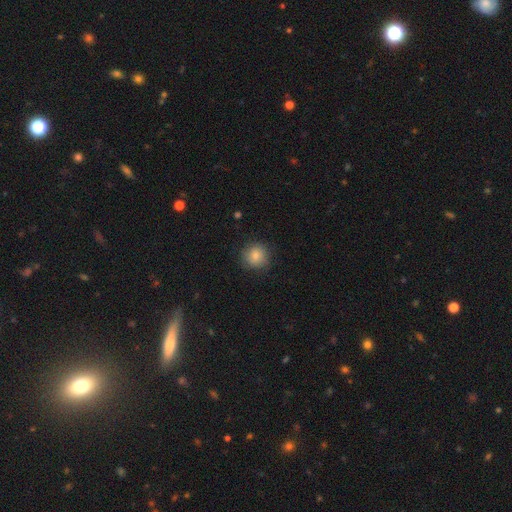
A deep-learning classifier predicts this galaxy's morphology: A smooth galaxy with no disk features (84%) that is round (92%).

Vote fractions:
- Smooth or featured? smooth: 84% / star or artifact: 9% / featured or disk: 7%
- How rounded? round: 92% / in between: 7% / cigar-shaped: 1%
- Merging? none: 84% / minor disturbance: 11% / major disturbance: 3% / merger: 1%